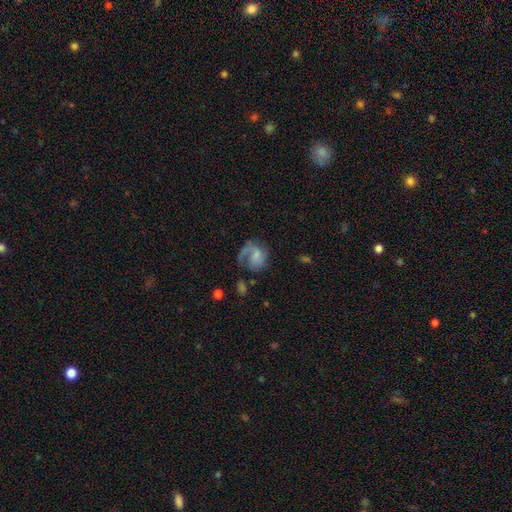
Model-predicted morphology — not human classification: This appears to be a featured or disk galaxy (61%) with no bar (57%), spiral arms (83%) and a small central bulge (44%). Merging: none (39%).